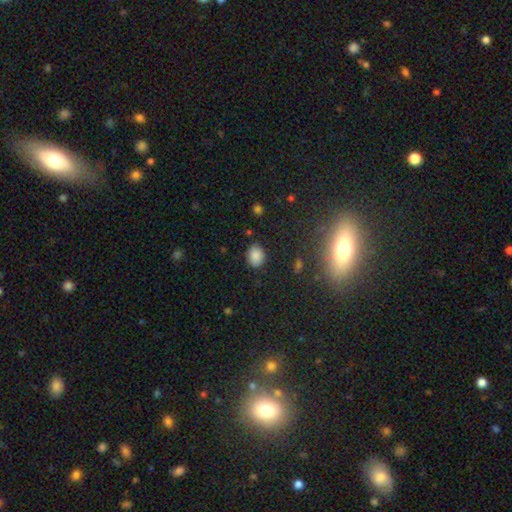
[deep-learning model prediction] smooth 84%, star or artifact 11%, featured or disk 5%. Down the decision tree: how rounded — in between (67%); merging — none (81%).